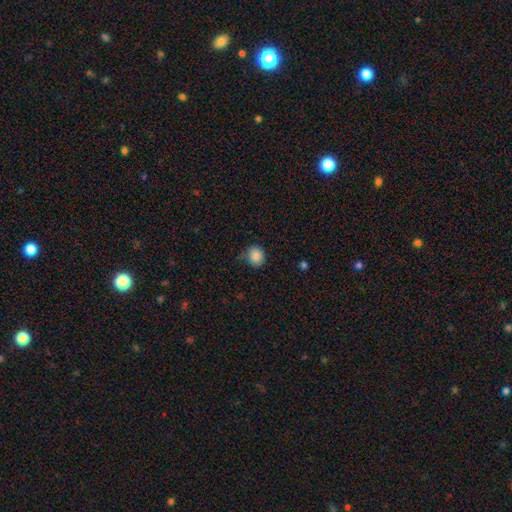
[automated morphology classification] Q: Smooth or featured?
A: smooth (87%); runner-up: star or artifact (9%)
Q: How rounded?
A: round (77%); runner-up: in between (22%)
Q: Merging?
A: none (68%); runner-up: minor disturbance (25%)